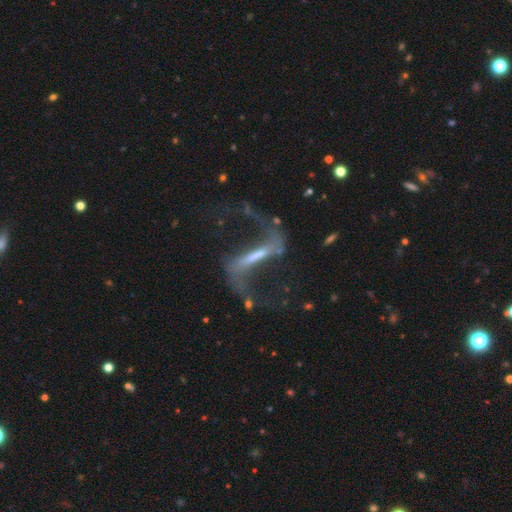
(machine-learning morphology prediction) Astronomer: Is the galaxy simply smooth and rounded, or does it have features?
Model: featured or disk — 86%.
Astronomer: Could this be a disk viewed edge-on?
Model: no — 88%.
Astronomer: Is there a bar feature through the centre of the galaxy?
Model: strong — 68%.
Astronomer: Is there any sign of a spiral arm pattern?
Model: yes — 93%.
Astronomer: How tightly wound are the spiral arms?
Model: loose — 90%.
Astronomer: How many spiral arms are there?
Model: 2 — 92%.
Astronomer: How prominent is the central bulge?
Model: none — 36% (runner-up: small, 35%).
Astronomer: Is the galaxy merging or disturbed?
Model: none — 57%.